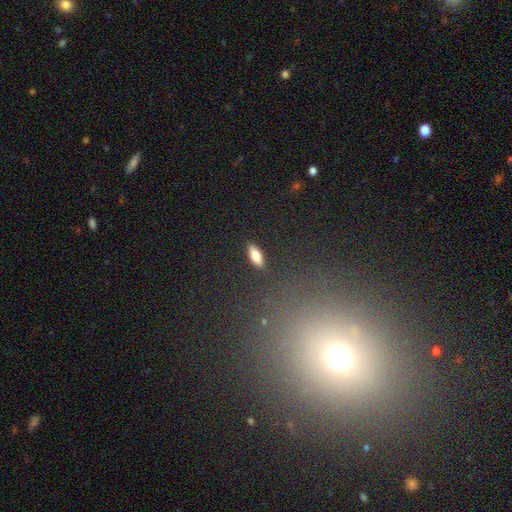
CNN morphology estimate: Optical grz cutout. It shows a smooth galaxy with no disk features (76%) that is in between round and cigar-shaped (64%). Merging: none (89%).